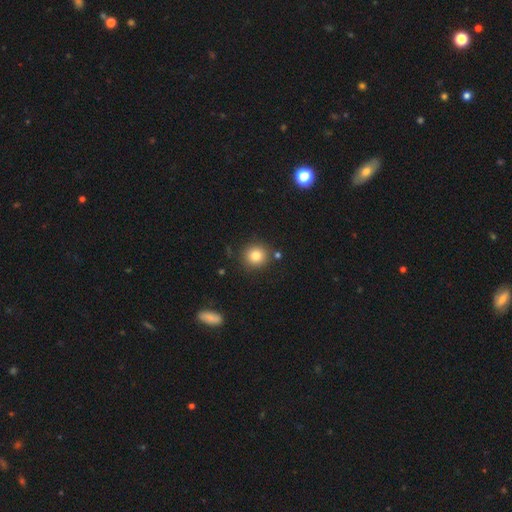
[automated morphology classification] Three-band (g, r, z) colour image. It shows a smooth galaxy with no disk features (81%) that is round (92%). Merging: none (85%).